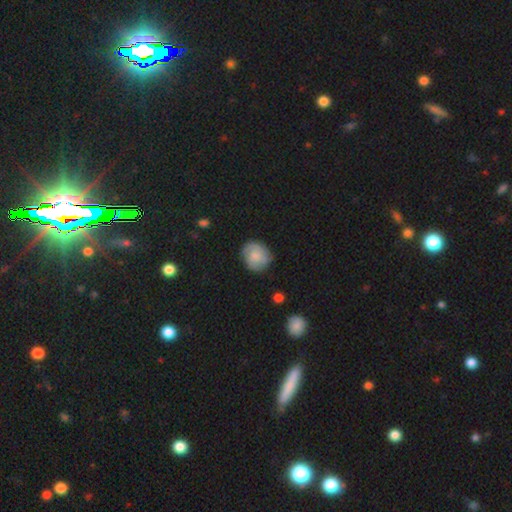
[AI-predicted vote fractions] A smooth galaxy with no disk features (56%) that is round (78%). Merging: none (77%).